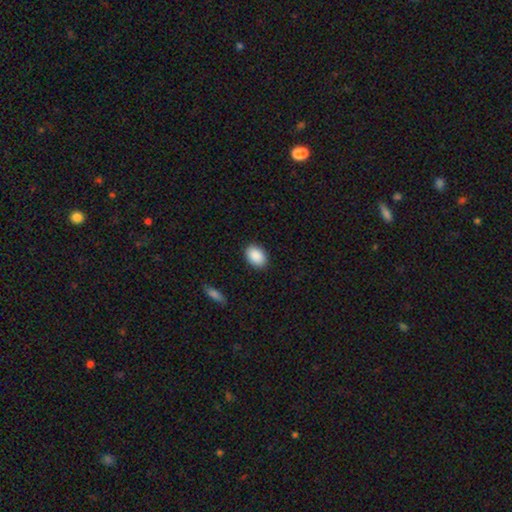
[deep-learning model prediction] Morphology: type=smooth (90%); roundness=in between (83%); merging=none (89%).